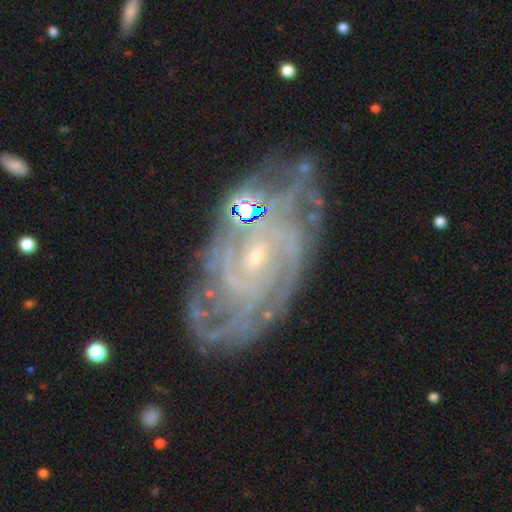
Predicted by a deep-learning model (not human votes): A featured or disk galaxy (87%) with no bar (61%), tight (74%) spiral arms (96%) and a small central bulge (78%).

Vote fractions:
- Smooth or featured? featured or disk: 87% / star or artifact: 7% / smooth: 6%
- Edge-on disk? no: 96% / yes: 4%
- Bar? no: 61% / weak: 30% / strong: 8%
- Spiral arms? yes: 96% / no: 4%
- Spiral winding? tight: 74% / medium: 22% / loose: 5%
- Spiral arm count? can't tell: 35% / 4: 17% / more than 4: 14% / 3: 13% / 2: 13% / 1: 7%
- Bulge size? small: 78% / moderate: 17% / none: 3% / large: 1% / dominant: 1%
- Merging? none: 72% / minor disturbance: 17% / major disturbance: 6% / merger: 4%